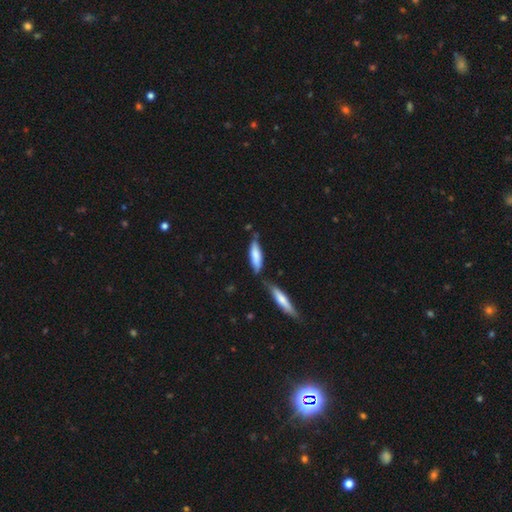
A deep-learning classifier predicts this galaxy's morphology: Smooth or featured?
  - smooth: 76% *
  - featured or disk: 18%
  - star or artifact: 6%
How rounded?
  - cigar-shaped: 58% *
  - in between: 40%
  - round: 1%
Merging?
  - none: 56% *
  - merger: 20%
  - minor disturbance: 19%
  - major disturbance: 4%